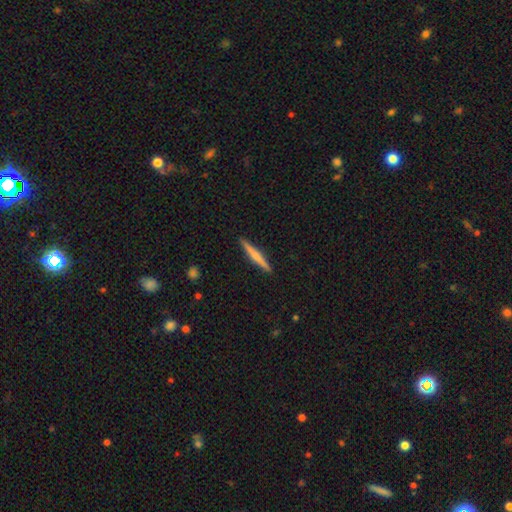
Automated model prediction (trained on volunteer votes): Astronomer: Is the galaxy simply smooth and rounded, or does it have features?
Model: smooth — 51% (runner-up: featured or disk, 43%).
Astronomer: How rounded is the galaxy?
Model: cigar-shaped — 95%.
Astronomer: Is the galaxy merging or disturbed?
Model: none — 92%.